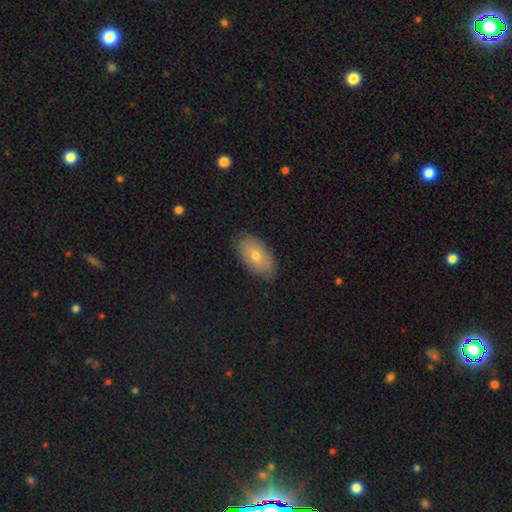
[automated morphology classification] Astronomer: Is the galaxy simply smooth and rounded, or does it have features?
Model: smooth — 68%.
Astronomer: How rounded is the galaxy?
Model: in between — 93%.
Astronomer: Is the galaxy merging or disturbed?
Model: none — 83%.